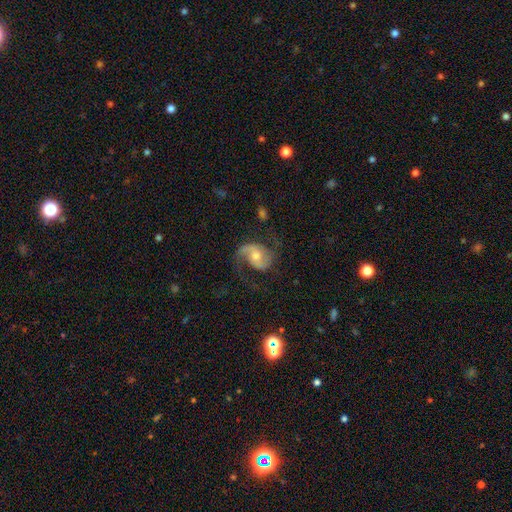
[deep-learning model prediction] Smooth or featured?
  - featured or disk: 84% *
  - smooth: 10%
  - star or artifact: 7%
Edge-on disk?
  - no: 98% *
  - yes: 2%
Bar?
  - no: 51% *
  - weak: 38%
  - strong: 12%
Spiral arms?
  - yes: 96% *
  - no: 4%
Spiral winding?
  - medium: 49% *
  - loose: 37%
  - tight: 14%
Spiral arm count?
  - 2: 86% *
  - 1: 8%
  - can't tell: 3%
  - 3: 1%
  - 4: 1%
  - more than 4: 1%
Bulge size?
  - moderate: 60% *
  - small: 28%
  - large: 7%
  - none: 3%
  - dominant: 1%
Merging?
  - none: 67% *
  - minor disturbance: 17%
  - major disturbance: 14%
  - merger: 2%